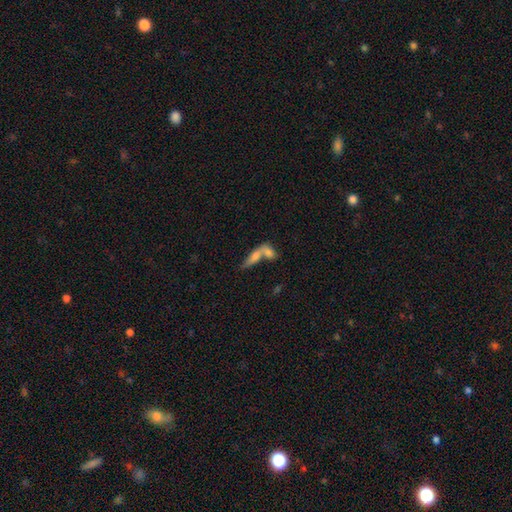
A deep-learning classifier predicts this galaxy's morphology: type=smooth (55%); roundness=cigar-shaped (52%); merging=merger (61%).